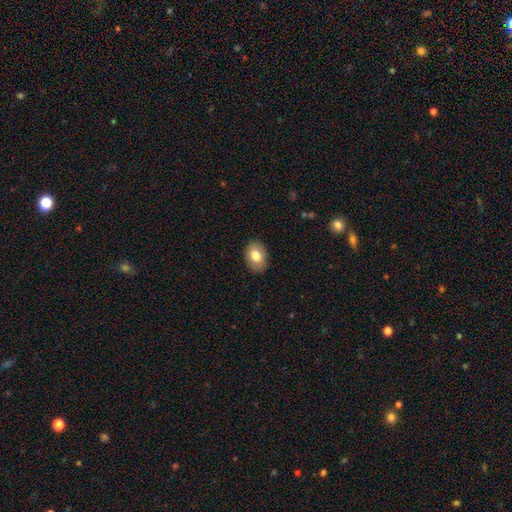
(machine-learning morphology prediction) This appears to be a smooth galaxy with no disk features (79%) that is in between round and cigar-shaped (77%). Merging: none (88%).